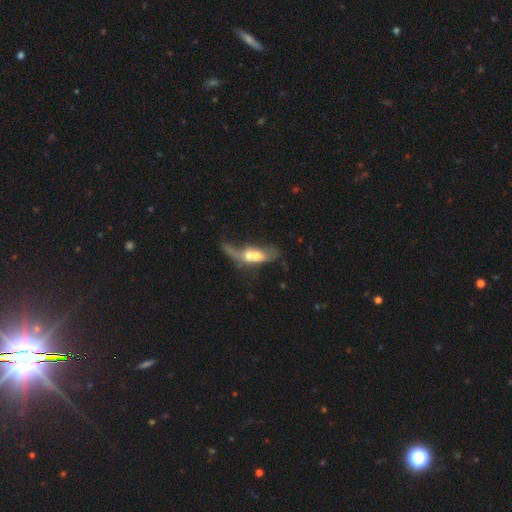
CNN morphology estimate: This is possibly a smooth galaxy (47%). Merging: likely merger (64%).